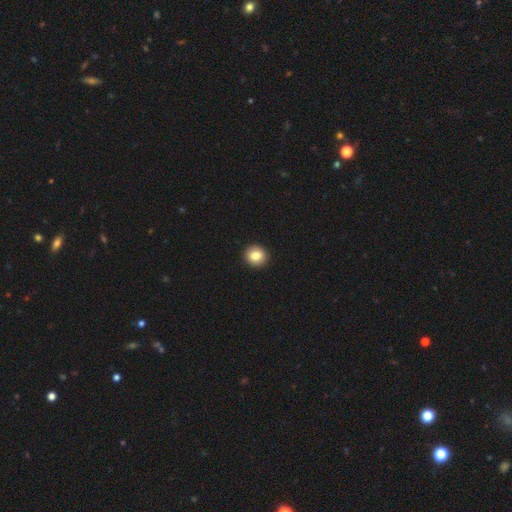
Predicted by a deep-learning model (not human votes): The model was most divided on "smooth or featured": smooth: 83%, star or artifact: 9%, featured or disk: 8%. More confident: merging — none (94%); how rounded — round (90%).